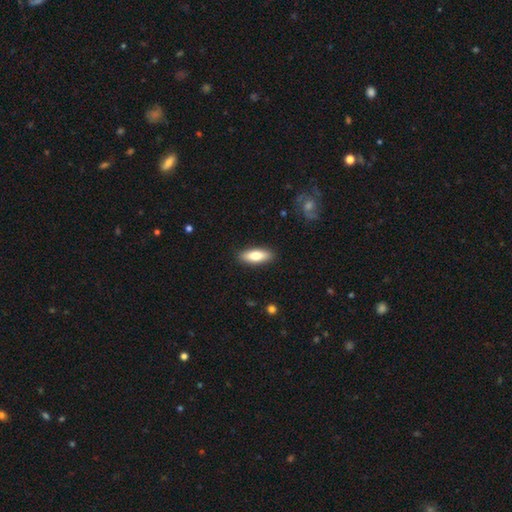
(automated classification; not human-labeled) This is likely a smooth galaxy (76%). How rounded: likely in between (69%). Merging: clearly none (89%).